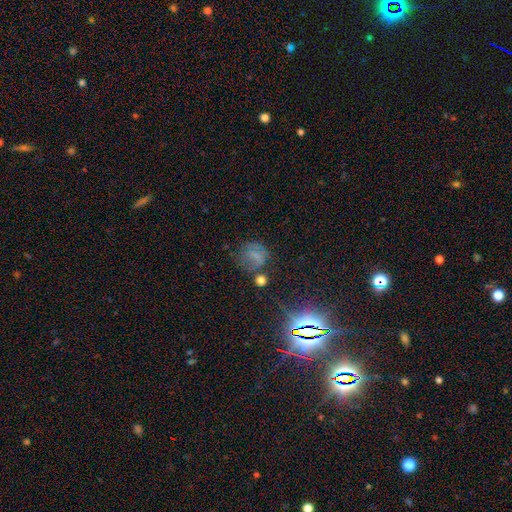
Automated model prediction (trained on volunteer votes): smooth-or-featured: smooth: 48% | star or artifact: 28% | featured or disk: 24%
  merging: none: 54% | minor disturbance: 21% | major disturbance: 17% | merger: 8%